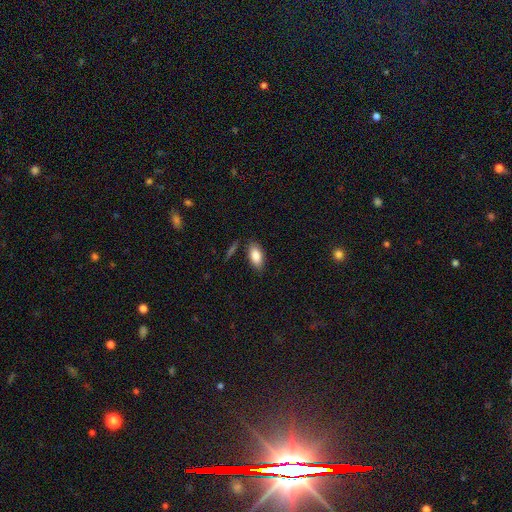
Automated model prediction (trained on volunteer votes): Smooth or featured? Predicted: smooth (p=0.85). How rounded? Predicted: in between (p=0.91). Merging? Predicted: none (p=0.82).